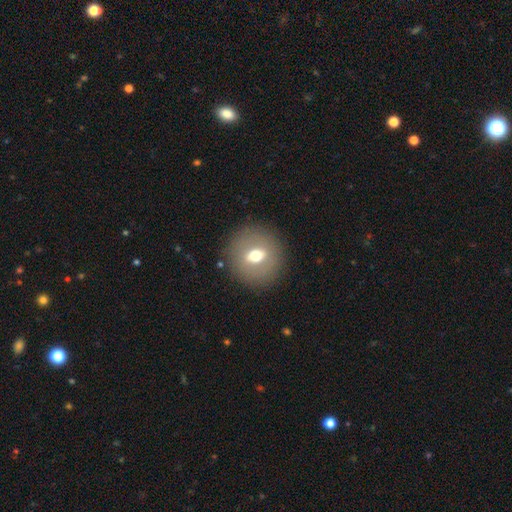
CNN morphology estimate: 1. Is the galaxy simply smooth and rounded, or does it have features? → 55% smooth, 35% featured or disk, 9% star or artifact.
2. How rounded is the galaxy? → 82% round, 17% in between, 1% cigar-shaped.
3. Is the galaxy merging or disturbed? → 86% none, 8% minor disturbance, 4% major disturbance, 1% merger.